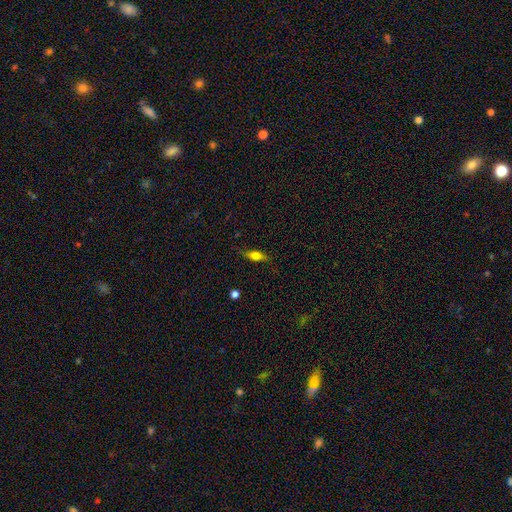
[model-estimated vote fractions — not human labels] This appears to be a smooth galaxy with no disk features (66%) that is in between round and cigar-shaped (64%). Merging: none (78%).